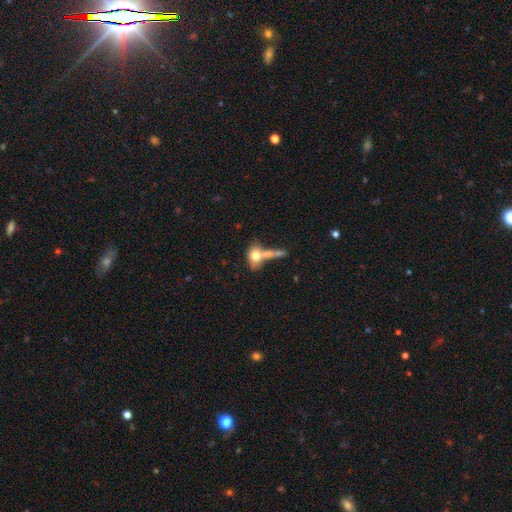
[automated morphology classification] smooth_or_featured: smooth (p=0.70) [alt: featured or disk p=0.22]
how_rounded: in between (p=0.63) [alt: round p=0.27]
merging: merger (p=0.45) [alt: none p=0.25]